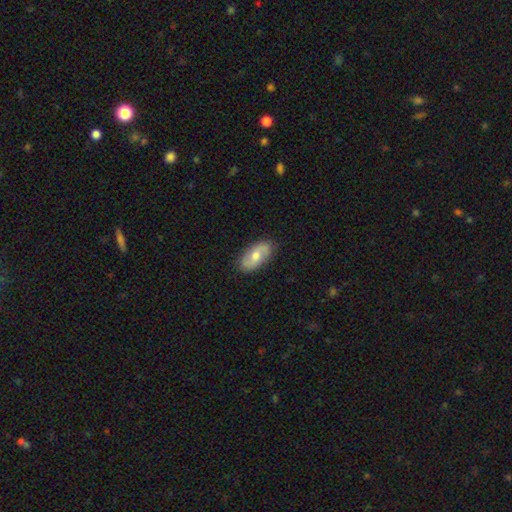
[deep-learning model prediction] Overall: featured or disk (49%; smooth 45%). Merging: none (84%).